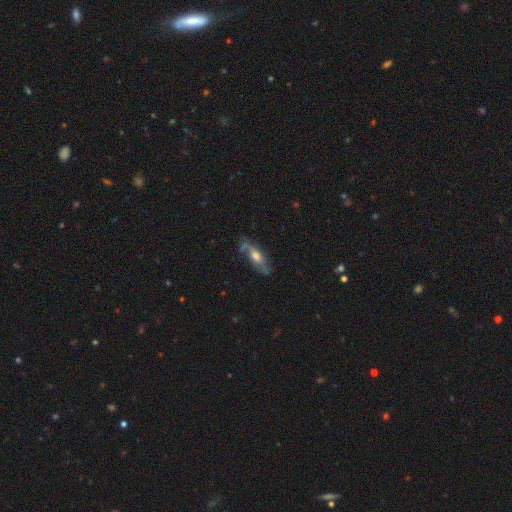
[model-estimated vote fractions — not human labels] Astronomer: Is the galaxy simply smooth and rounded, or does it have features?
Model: featured or disk — 64%.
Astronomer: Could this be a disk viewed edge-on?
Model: no — 67%.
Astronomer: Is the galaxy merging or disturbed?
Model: none — 60%.